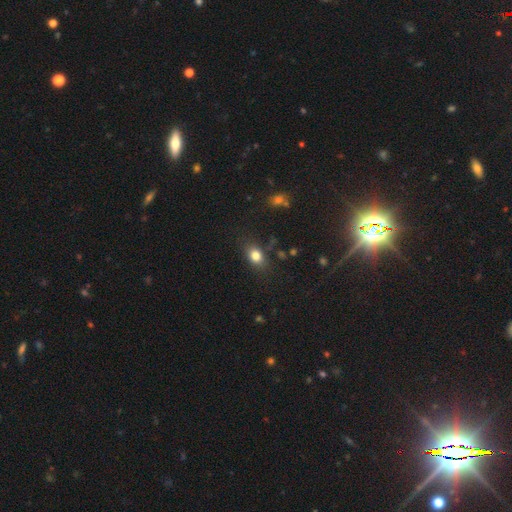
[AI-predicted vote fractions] A smooth galaxy with no disk features (80%) that is in between round and cigar-shaped (66%).

Vote fractions:
- Smooth or featured? smooth: 80% / star or artifact: 11% / featured or disk: 9%
- How rounded? in between: 66% / round: 32% / cigar-shaped: 2%
- Merging? none: 79% / minor disturbance: 14% / major disturbance: 4% / merger: 2%